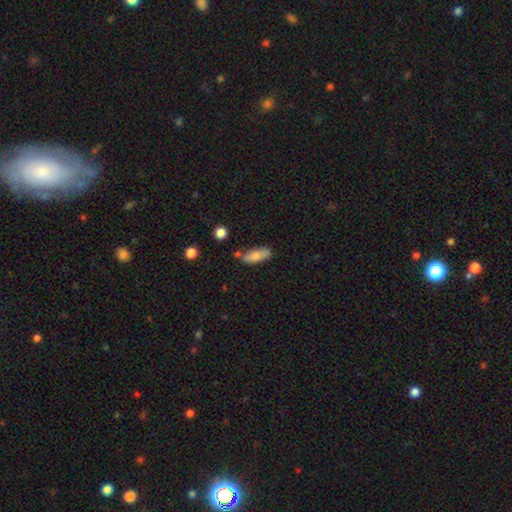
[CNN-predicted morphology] This appears to be a smooth galaxy with no disk features (79%) that is in between round and cigar-shaped (71%). Merging: none (69%).